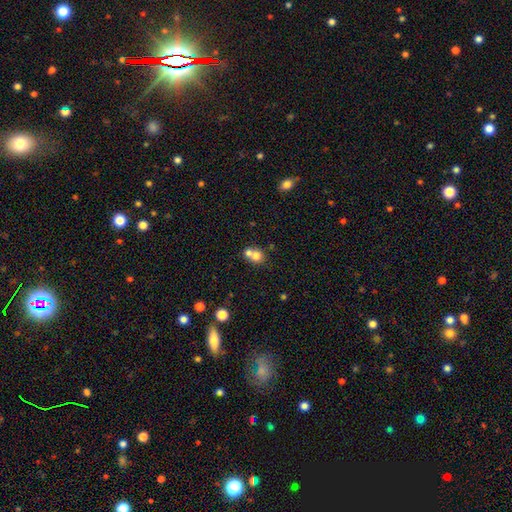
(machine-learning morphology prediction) Smooth or featured: smooth — 73% (featured or disk — 16%)
How rounded: round — 77% (in between — 22%)
Merging: merger — 58% (none — 34%)